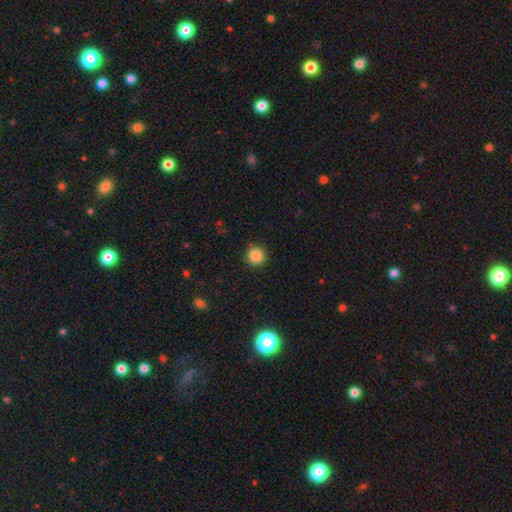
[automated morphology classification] Overall: smooth (86%). How rounded: round (95%). Merging: none (90%).